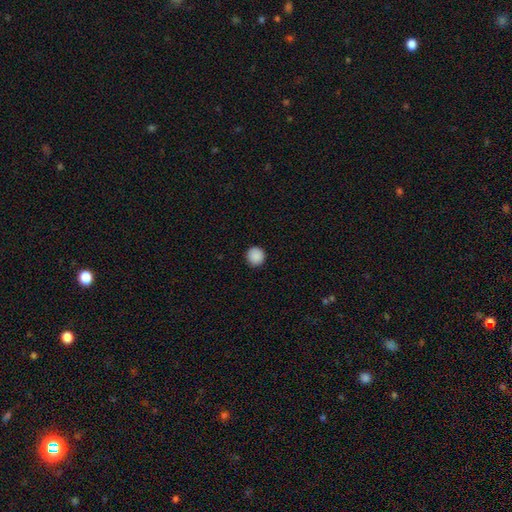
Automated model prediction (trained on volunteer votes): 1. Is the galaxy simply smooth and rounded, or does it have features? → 90% smooth, 8% star or artifact, 2% featured or disk.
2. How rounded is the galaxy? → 94% round, 5% in between, 1% cigar-shaped.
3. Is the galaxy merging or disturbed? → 92% none, 5% minor disturbance, 2% major disturbance, 1% merger.